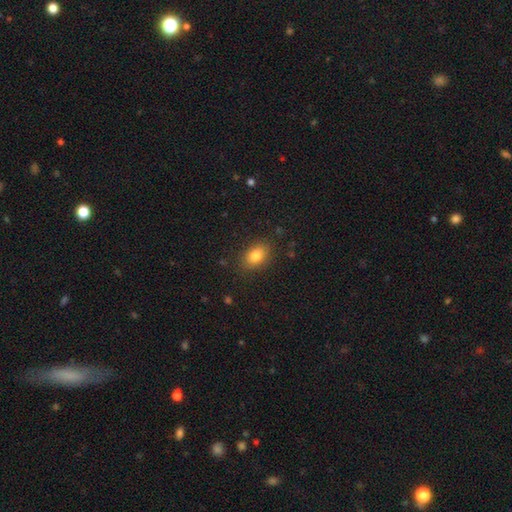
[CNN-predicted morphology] smooth_or_featured: smooth (p=0.83) [alt: star or artifact p=0.10]
how_rounded: in between (p=0.80) [alt: round p=0.19]
merging: none (p=0.85) [alt: minor disturbance p=0.11]